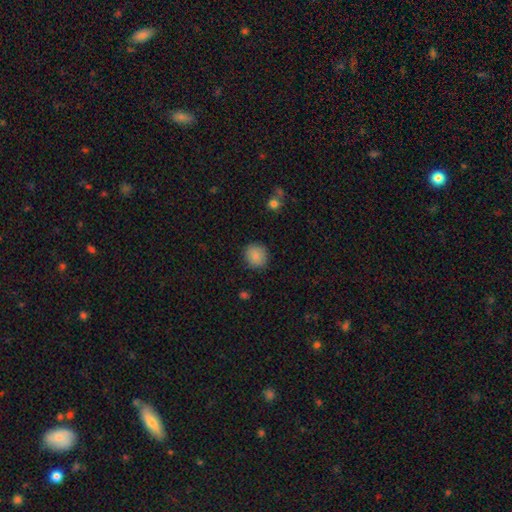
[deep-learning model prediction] The model was most divided on "how rounded": round: 88%, in between: 11%, cigar-shaped: 1%. More confident: merging — none (88%); smooth or featured — smooth (86%).